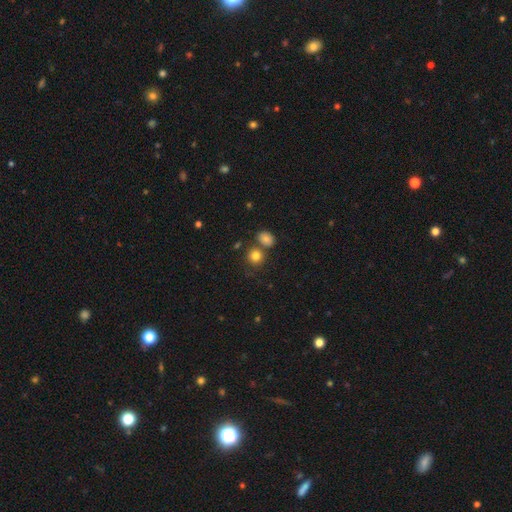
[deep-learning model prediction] smooth-or-featured: smooth: 82% | star or artifact: 11% | featured or disk: 7%
  how-rounded: round: 83% | in between: 16% | cigar-shaped: 1%
  merging: none: 66% | merger: 21% | minor disturbance: 10% | major disturbance: 4%